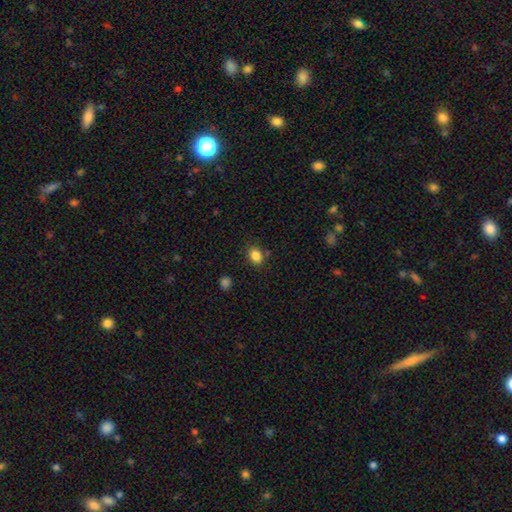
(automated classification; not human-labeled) This appears to be a smooth galaxy with no disk features (85%) that is in between round and cigar-shaped (62%). Merging: none (80%).